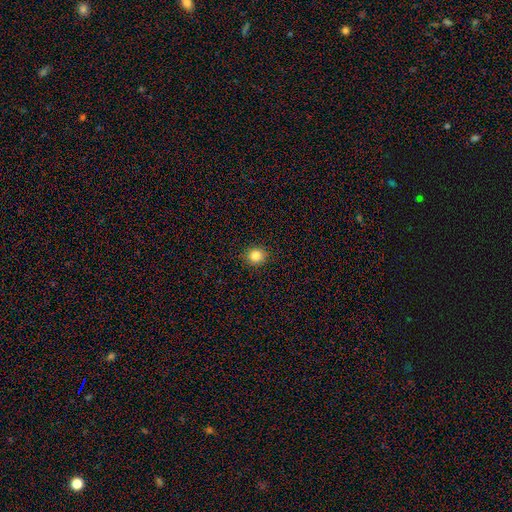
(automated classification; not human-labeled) This is clearly a smooth galaxy (84%). How rounded: clearly round (89%). Merging: clearly none (91%).